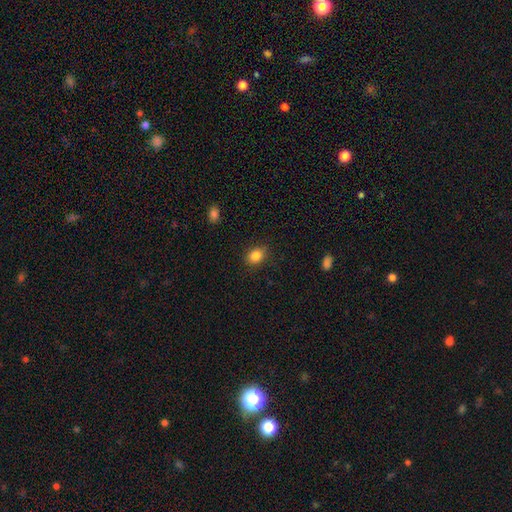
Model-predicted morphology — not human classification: Smooth or featured?
  - smooth: 85% *
  - star or artifact: 10%
  - featured or disk: 5%
How rounded?
  - in between: 56% *
  - round: 43%
  - cigar-shaped: 1%
Merging?
  - none: 86% *
  - minor disturbance: 10%
  - major disturbance: 3%
  - merger: 1%